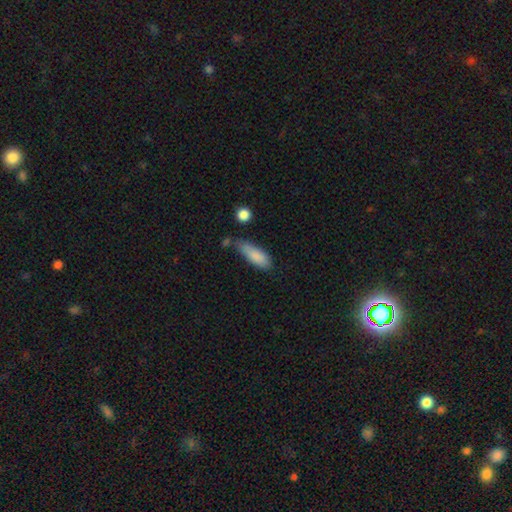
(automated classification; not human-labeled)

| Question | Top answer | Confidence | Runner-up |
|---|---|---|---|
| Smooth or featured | smooth | 86% | featured or disk (8%) |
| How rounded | in between | 58% | cigar-shaped (40%) |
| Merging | none | 52% | minor disturbance (32%) |